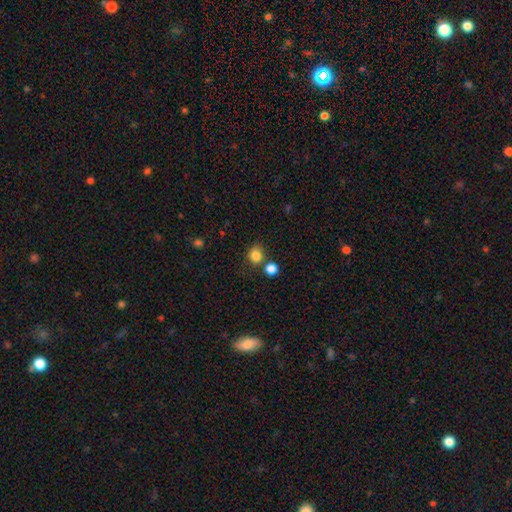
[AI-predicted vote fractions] smooth_or_featured: smooth (p=0.83) [alt: star or artifact p=0.12]
how_rounded: round (p=0.73) [alt: in between p=0.26]
merging: none (p=0.66) [alt: merger p=0.17]